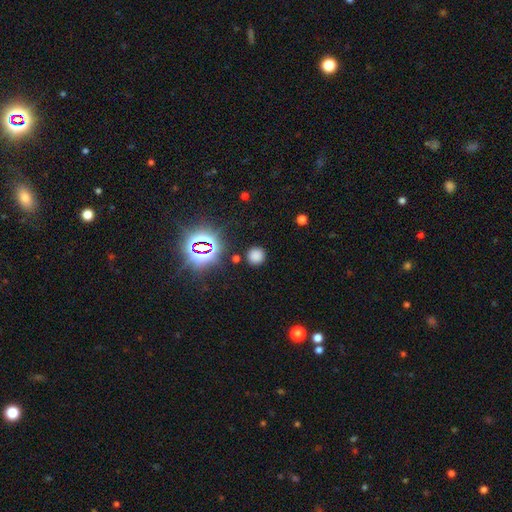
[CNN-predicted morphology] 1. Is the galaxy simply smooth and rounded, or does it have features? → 72% smooth, 22% star or artifact, 5% featured or disk.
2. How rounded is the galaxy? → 92% round, 6% in between, 1% cigar-shaped.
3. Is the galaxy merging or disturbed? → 88% none, 7% minor disturbance, 3% major disturbance, 2% merger.